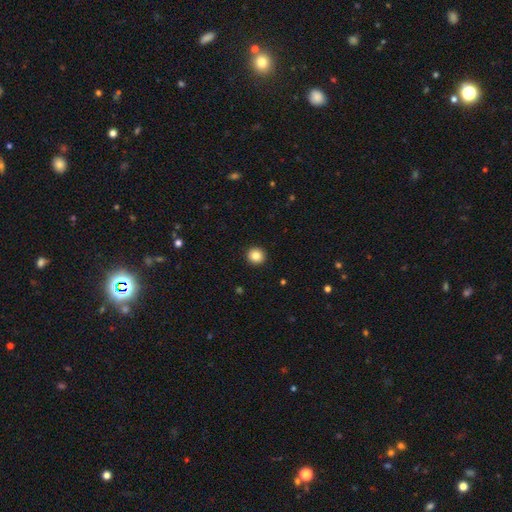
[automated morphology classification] Smooth or featured: smooth — 84% (star or artifact — 10%)
How rounded: round — 95% (in between — 4%)
Merging: none — 94% (minor disturbance — 4%)